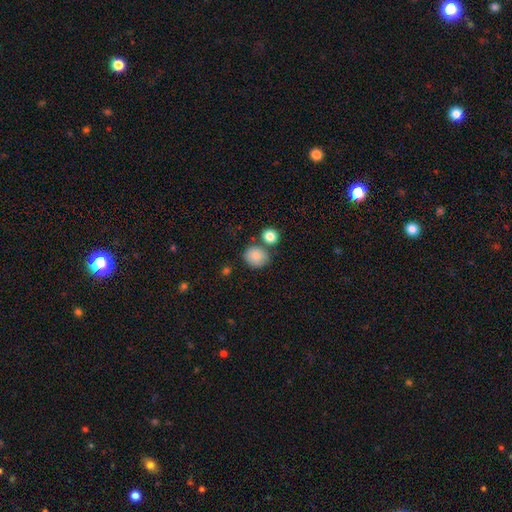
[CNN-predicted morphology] This appears to be a smooth galaxy with no disk features (85%) that is round (73%). Merging: none (67%).